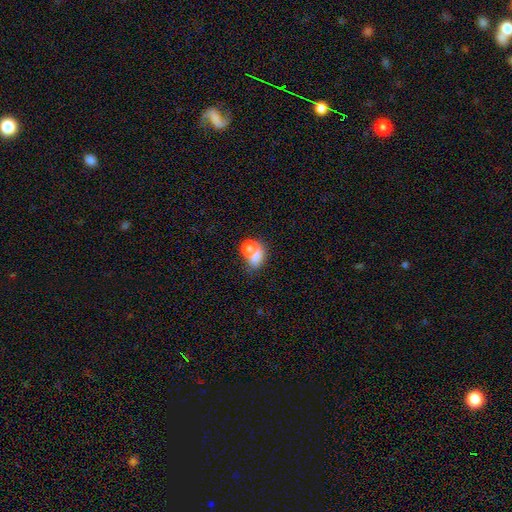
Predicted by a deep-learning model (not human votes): Morphology: type=smooth (67%); roundness=in between (63%); merging=merger (60%).